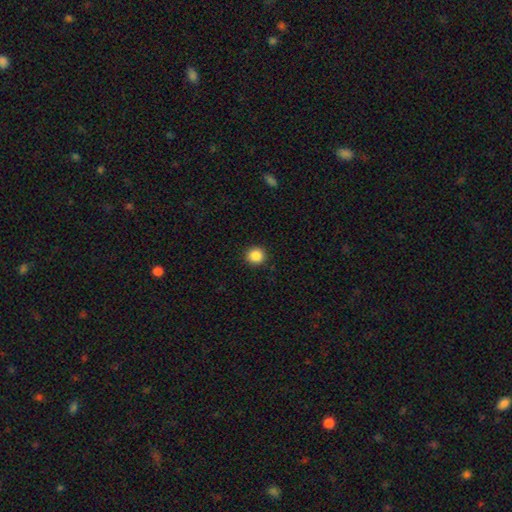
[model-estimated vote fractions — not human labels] Smooth or featured: smooth — 87% (star or artifact — 10%)
How rounded: round — 92% (in between — 7%)
Merging: none — 92% (minor disturbance — 5%)